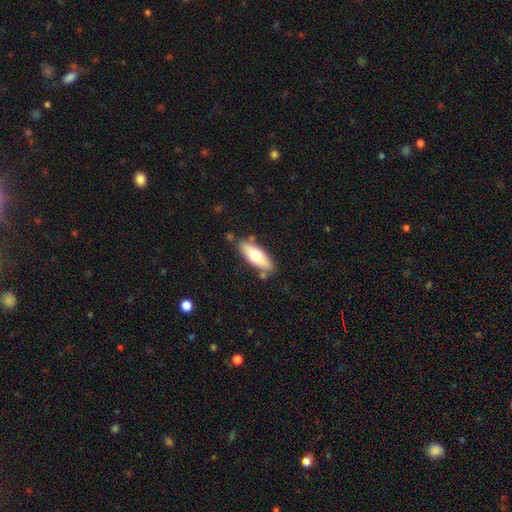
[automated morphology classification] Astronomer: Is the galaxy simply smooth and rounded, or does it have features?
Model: smooth — 66%.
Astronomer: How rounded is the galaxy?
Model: in between — 66%.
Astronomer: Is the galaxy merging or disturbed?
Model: none — 79%.